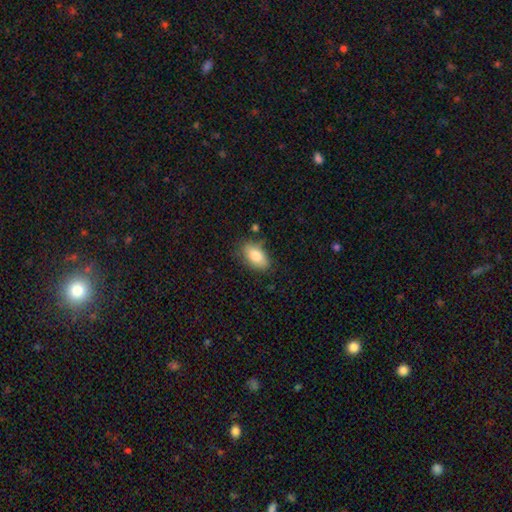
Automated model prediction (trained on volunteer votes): smooth-or-featured: smooth: 81% | featured or disk: 12% | star or artifact: 7%
  how-rounded: in between: 91% | round: 6% | cigar-shaped: 3%
  merging: none: 75% | minor disturbance: 18% | major disturbance: 4% | merger: 3%